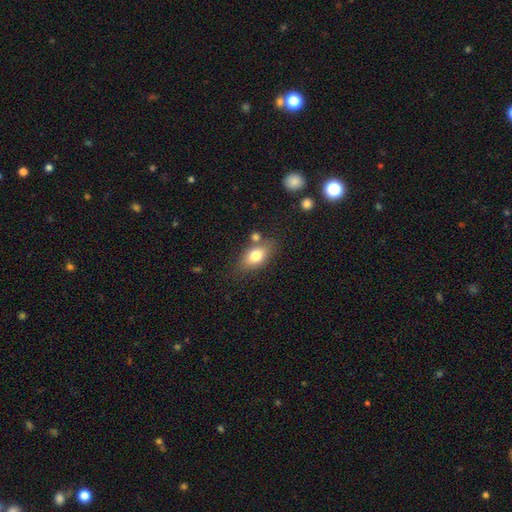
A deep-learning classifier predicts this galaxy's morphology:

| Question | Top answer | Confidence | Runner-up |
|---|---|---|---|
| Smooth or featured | smooth | 76% | featured or disk (16%) |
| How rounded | in between | 82% | round (13%) |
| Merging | none | 68% | minor disturbance (16%) |